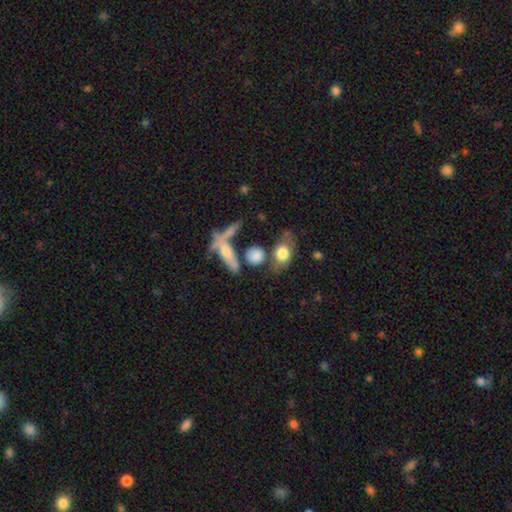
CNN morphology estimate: smooth 71%, featured or disk 19%, star or artifact 10%. Down the decision tree: how rounded — round (46%); merging — none (49%).